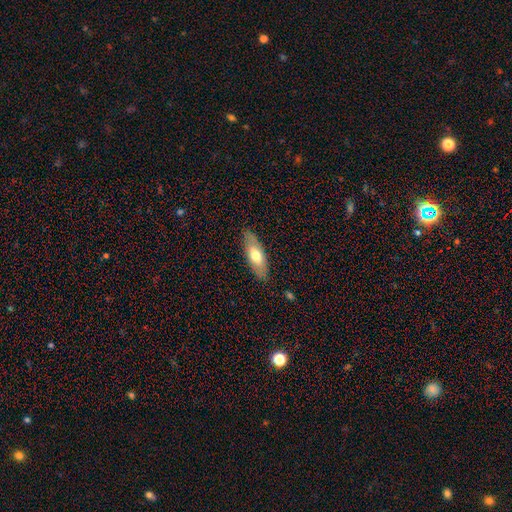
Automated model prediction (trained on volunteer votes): Q: Smooth or featured?
A: smooth (63%); runner-up: featured or disk (31%)
Q: How rounded?
A: in between (67%); runner-up: cigar-shaped (31%)
Q: Merging?
A: none (85%); runner-up: minor disturbance (12%)